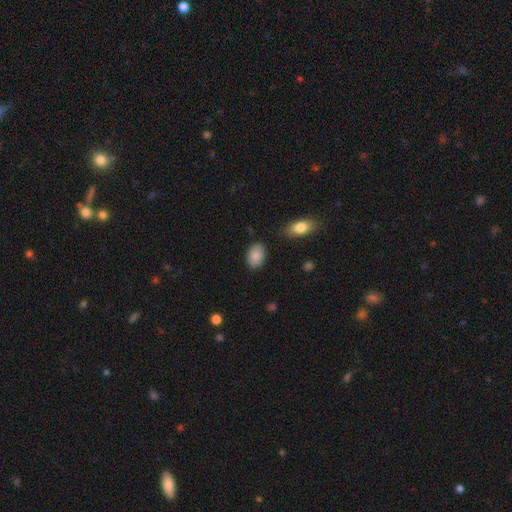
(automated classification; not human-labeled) smooth 87%, star or artifact 7%, featured or disk 6%. Down the decision tree: how rounded — in between (85%); merging — none (85%).